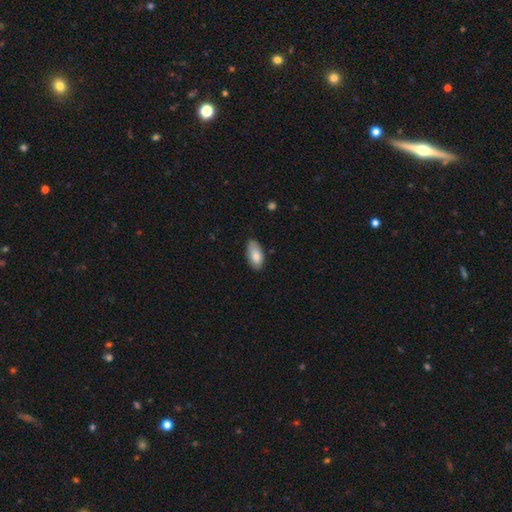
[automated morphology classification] Q: Smooth or featured?
A: smooth (84%); runner-up: featured or disk (10%)
Q: How rounded?
A: in between (93%); runner-up: cigar-shaped (5%)
Q: Merging?
A: none (77%); runner-up: minor disturbance (19%)